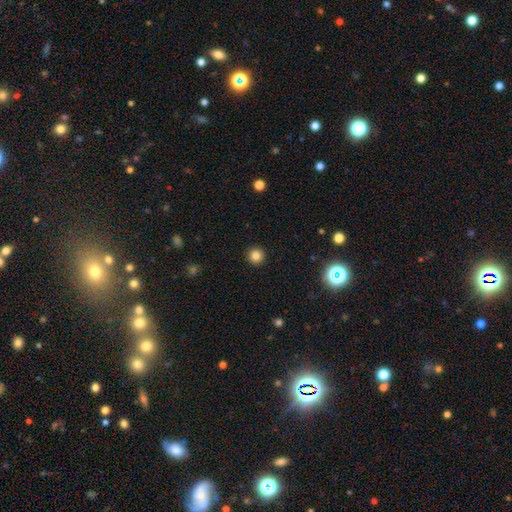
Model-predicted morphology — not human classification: This appears to be a smooth galaxy with no disk features (83%) that is round (96%). Merging: none (93%).